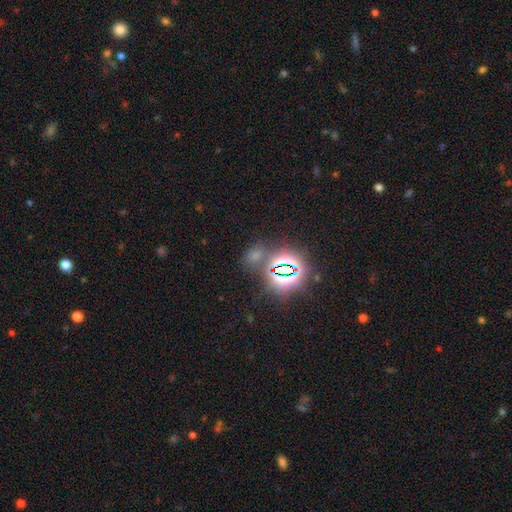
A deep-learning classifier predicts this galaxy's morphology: This is possibly a star or artifact rather than a galaxy (55%).